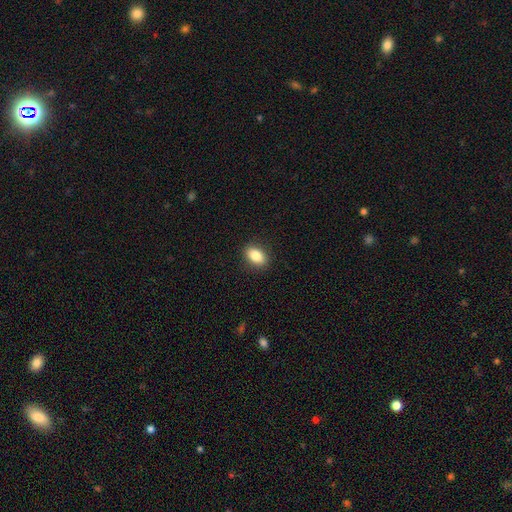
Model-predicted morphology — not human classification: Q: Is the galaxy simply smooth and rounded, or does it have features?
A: smooth — 86%.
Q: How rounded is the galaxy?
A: in between — 86%.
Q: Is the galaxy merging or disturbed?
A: none — 89%.